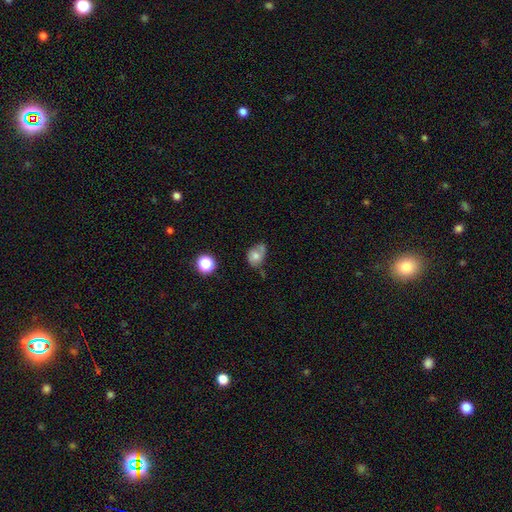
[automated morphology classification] This is likely a smooth galaxy (63%). How rounded: possibly in between (57%). Merging: marginally none (37%).